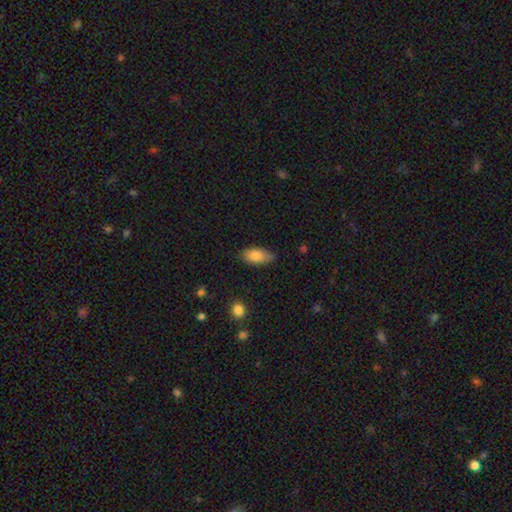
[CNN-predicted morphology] Smooth or featured?
  - smooth: 83% *
  - featured or disk: 10%
  - star or artifact: 7%
How rounded?
  - in between: 91% *
  - cigar-shaped: 6%
  - round: 3%
Merging?
  - none: 72% *
  - minor disturbance: 22%
  - major disturbance: 4%
  - merger: 2%